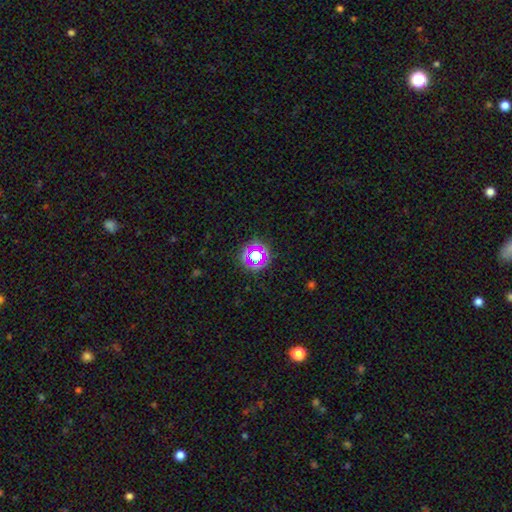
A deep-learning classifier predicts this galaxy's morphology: Overall: star or artifact (61%; smooth 27%).